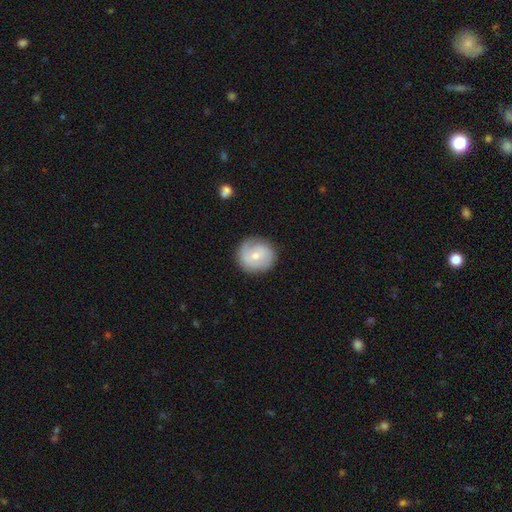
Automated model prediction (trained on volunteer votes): Smooth or featured? smooth (47%)
Merging? none (83%)